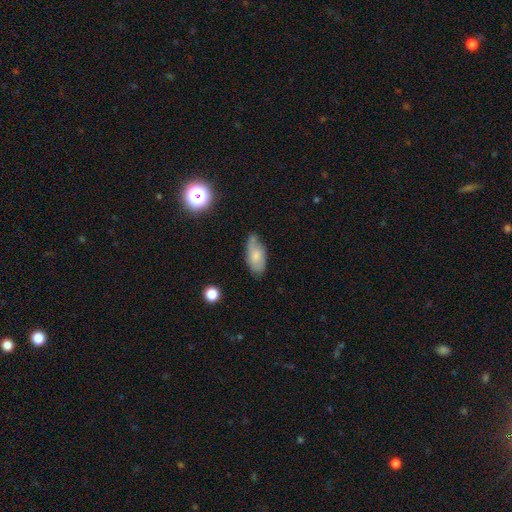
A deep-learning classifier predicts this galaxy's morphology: smooth 60%, featured or disk 31%, star or artifact 8%. Down the decision tree: how rounded — in between (90%); merging — none (62%).